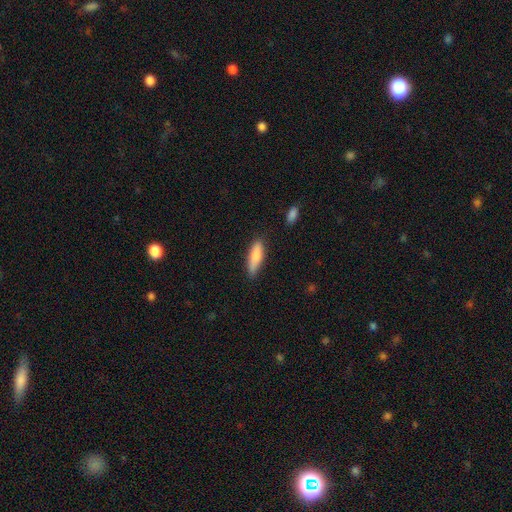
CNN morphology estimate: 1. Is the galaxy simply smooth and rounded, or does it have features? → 81% smooth, 13% featured or disk, 6% star or artifact.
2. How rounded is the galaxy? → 55% cigar-shaped, 44% in between, 2% round.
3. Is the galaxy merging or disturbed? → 78% none, 17% minor disturbance, 3% major disturbance, 2% merger.